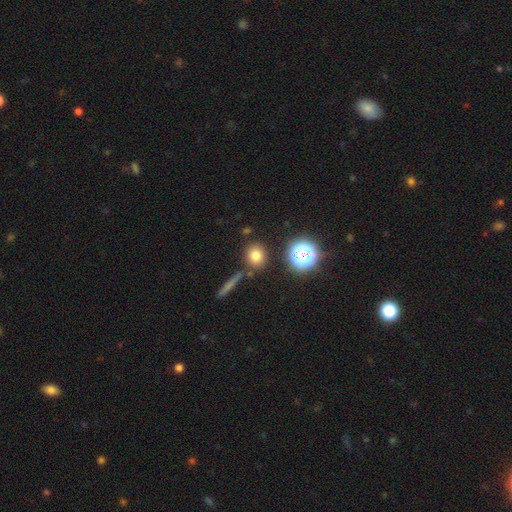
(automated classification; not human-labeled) A smooth galaxy with no disk features (75%) that is round (80%). Merging: none (83%).